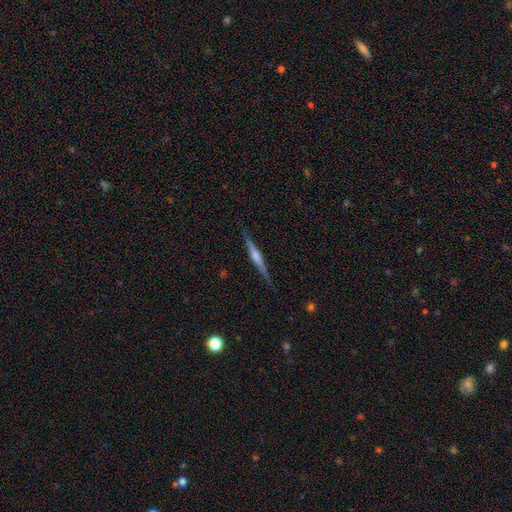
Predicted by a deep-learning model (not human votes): Q: Smooth or featured?
A: featured or disk (78%); runner-up: smooth (16%)
Q: Edge-on disk?
A: yes (98%); runner-up: no (2%)
Q: Edge-on bulge?
A: rounded (73%); runner-up: boxy (15%)
Q: Merging?
A: none (90%); runner-up: minor disturbance (7%)